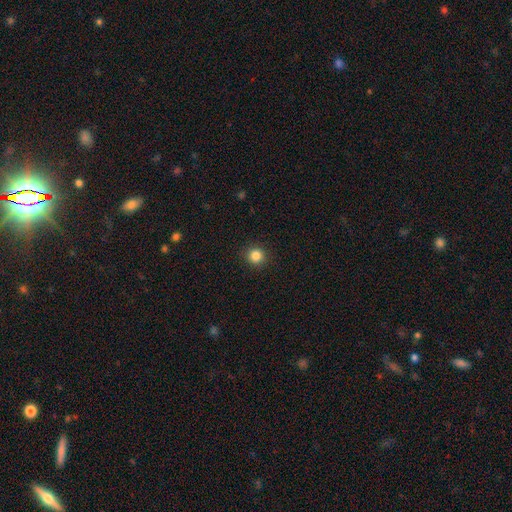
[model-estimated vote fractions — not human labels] Morphology: type=smooth (84%); roundness=round (93%); merging=none (92%).